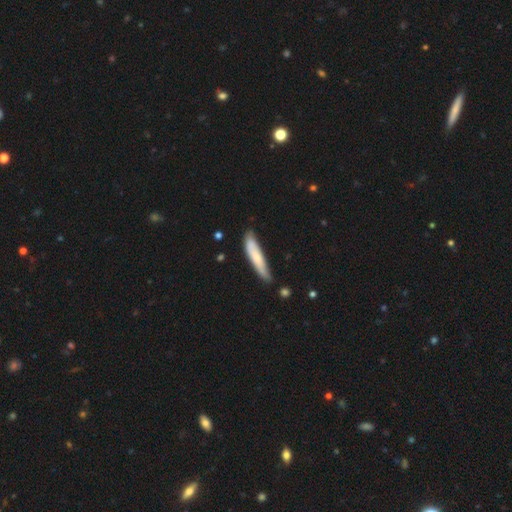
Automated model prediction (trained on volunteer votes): Smooth or featured? smooth (69%)
How rounded? cigar-shaped (87%)
Merging? none (73%)